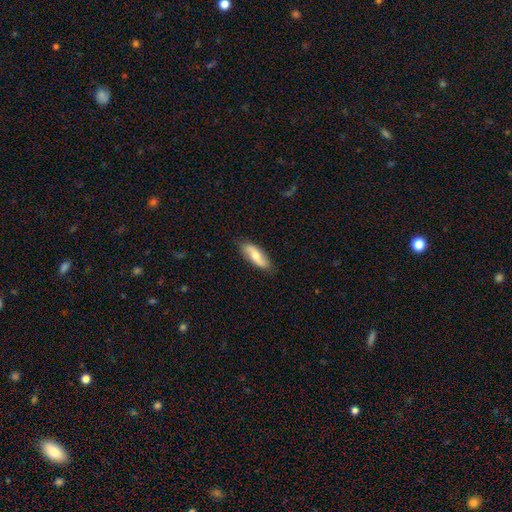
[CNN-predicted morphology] Smooth or featured?
  - smooth: 55% *
  - featured or disk: 40%
  - star or artifact: 6%
How rounded?
  - in between: 63% *
  - cigar-shaped: 34%
  - round: 3%
Merging?
  - none: 82% *
  - minor disturbance: 14%
  - major disturbance: 3%
  - merger: 1%